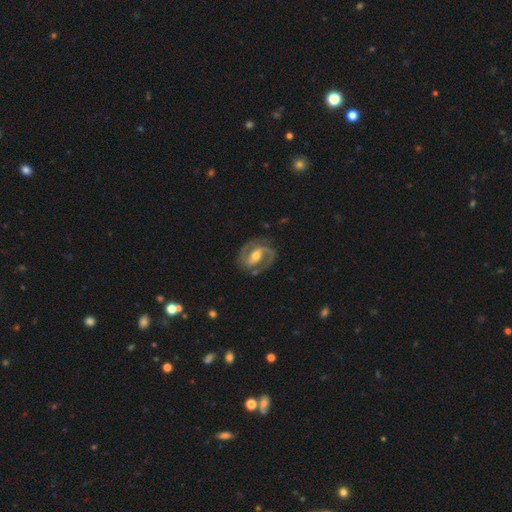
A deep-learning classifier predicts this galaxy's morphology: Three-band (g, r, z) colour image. It shows a featured or disk galaxy (91%) with a strong bar (47%), 2 (91%) medium (54%) spiral arms (97%) and a moderate central bulge (65%). Merging: none (82%).